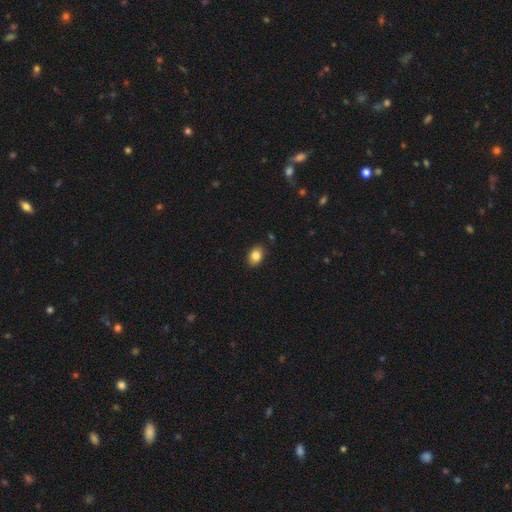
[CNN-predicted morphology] Smooth or featured: smooth — 85% (star or artifact — 9%)
How rounded: in between — 77% (round — 22%)
Merging: none — 86% (minor disturbance — 10%)